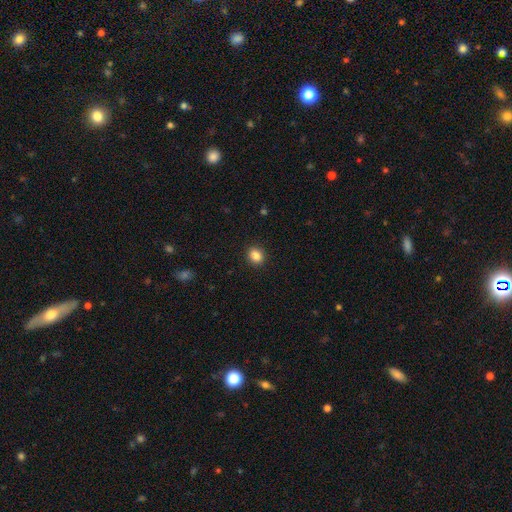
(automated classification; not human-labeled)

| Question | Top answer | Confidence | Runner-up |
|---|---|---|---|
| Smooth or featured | smooth | 86% | star or artifact (10%) |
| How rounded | round | 62% | in between (37%) |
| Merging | none | 91% | minor disturbance (6%) |